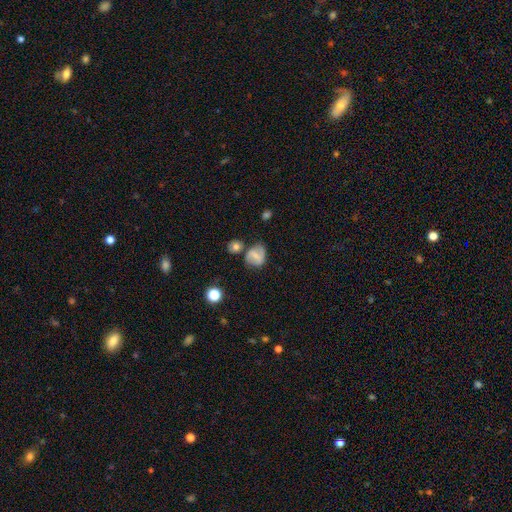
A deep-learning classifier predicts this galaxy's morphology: A featured or disk galaxy (49%).

Vote fractions:
- Smooth or featured? featured or disk: 49% / smooth: 41% / star or artifact: 10%
- Merging? none: 59% / minor disturbance: 20% / merger: 12% / major disturbance: 8%